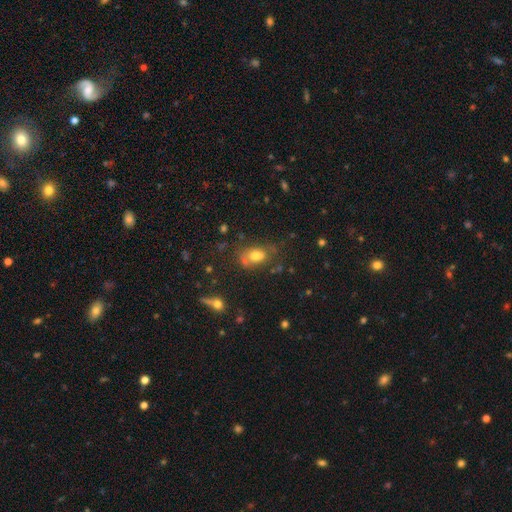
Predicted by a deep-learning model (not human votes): A smooth galaxy with no disk features (63%) that is in between round and cigar-shaped (76%).

Vote fractions:
- Smooth or featured? smooth: 63% / featured or disk: 21% / star or artifact: 16%
- How rounded? in between: 76% / round: 21% / cigar-shaped: 2%
- Merging? none: 55% / minor disturbance: 23% / major disturbance: 13% / merger: 9%